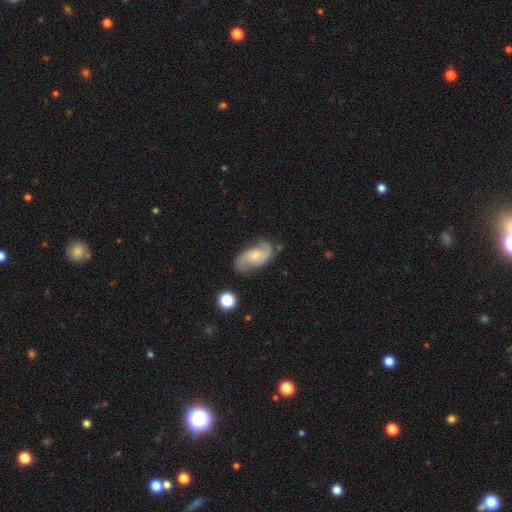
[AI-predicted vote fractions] smooth-or-featured: featured or disk: 82% | smooth: 12% | star or artifact: 6%
  disk-edge-on: no: 97% | yes: 3%
    bar: no: 61% | weak: 33% | strong: 6%
    has-spiral-arms: yes: 96% | no: 4%
      spiral-winding: medium: 45% | loose: 38% | tight: 17%
      spiral-arm-count: 2: 90% | can't tell: 4% | 1: 2% | 3: 2% | 4: 1% | more than 4: 1%
    bulge-size: small: 54% | moderate: 39% | none: 4% | large: 2% | dominant: 1%
  merging: none: 71% | minor disturbance: 19% | major disturbance: 7% | merger: 3%